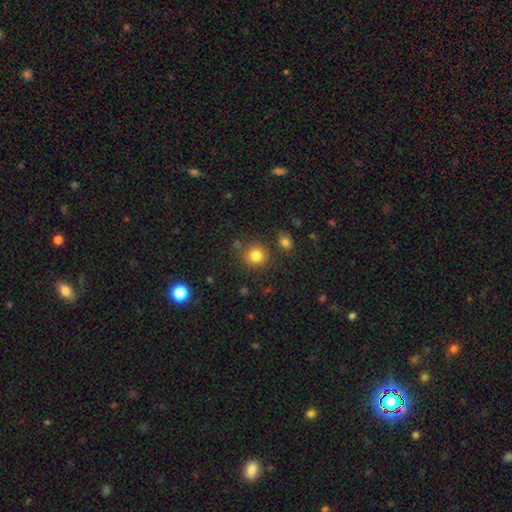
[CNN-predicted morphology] type=smooth (83%); roundness=round (90%); merging=none (80%).